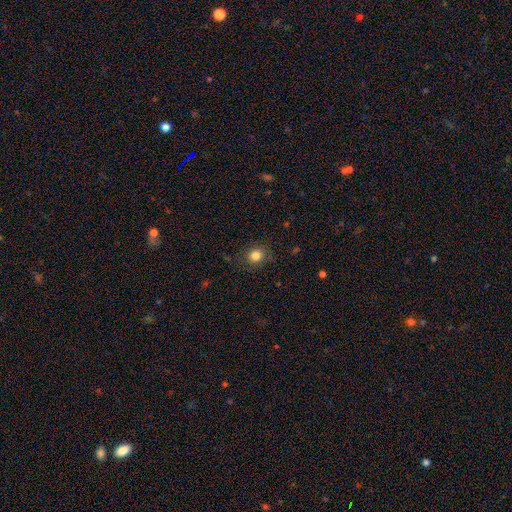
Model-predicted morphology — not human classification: A smooth galaxy with no disk features (83%) that is round (79%).

Vote fractions:
- Smooth or featured? smooth: 83% / star or artifact: 11% / featured or disk: 6%
- How rounded? round: 79% / in between: 20% / cigar-shaped: 1%
- Merging? none: 84% / minor disturbance: 11% / major disturbance: 4% / merger: 1%